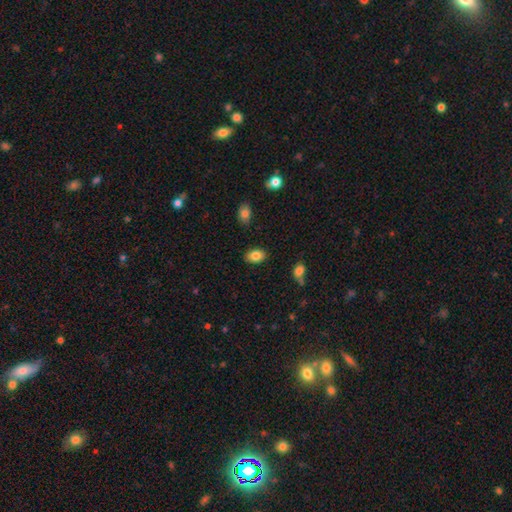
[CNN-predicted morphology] Smooth or featured: smooth — 84% (star or artifact — 8%)
How rounded: in between — 85% (round — 14%)
Merging: none — 87% (minor disturbance — 9%)